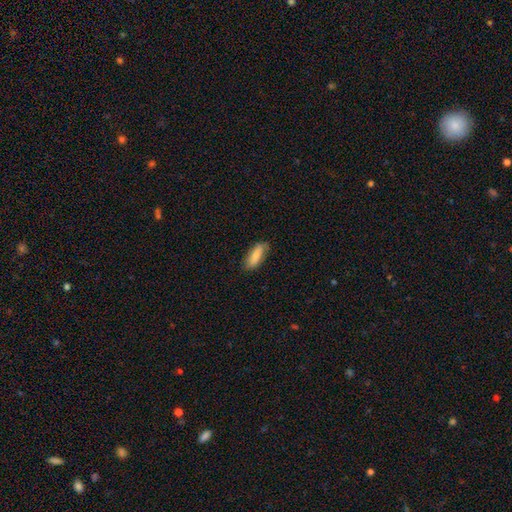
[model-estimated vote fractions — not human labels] Smooth or featured: smooth — 83% (featured or disk — 11%)
How rounded: in between — 66% (cigar-shaped — 32%)
Merging: none — 78% (minor disturbance — 18%)